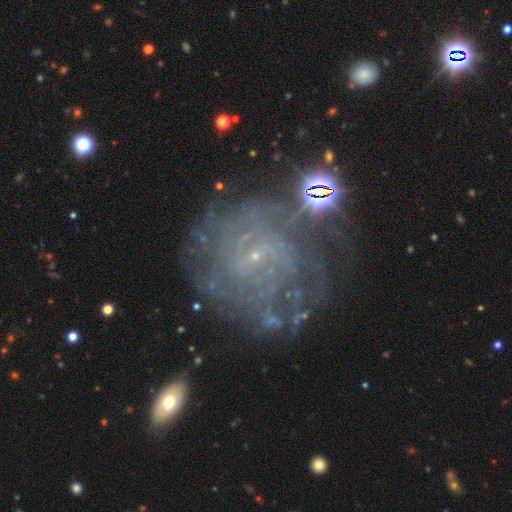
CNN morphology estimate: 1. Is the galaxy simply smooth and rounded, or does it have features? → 72% featured or disk, 15% smooth, 13% star or artifact.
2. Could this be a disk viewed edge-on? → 97% no, 3% yes.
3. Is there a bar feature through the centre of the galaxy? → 62% no, 30% weak, 8% strong.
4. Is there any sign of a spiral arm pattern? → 81% yes, 19% no.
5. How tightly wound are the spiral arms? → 69% tight, 22% medium, 9% loose.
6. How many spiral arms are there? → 54% can't tell, 11% more than 4, 10% 2, 10% 4, 9% 3, 6% 1.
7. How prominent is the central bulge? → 86% small, 6% none, 6% moderate, 1% large, 1% dominant.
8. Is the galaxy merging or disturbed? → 67% none, 17% minor disturbance, 11% major disturbance, 5% merger.